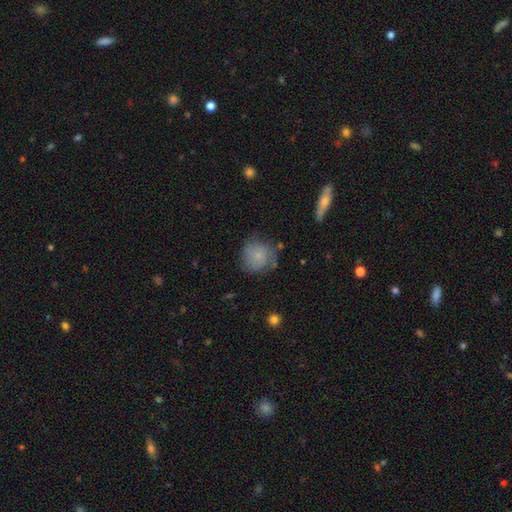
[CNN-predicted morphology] This appears to be a smooth galaxy with no disk features (68%) that is round (86%). Merging: none (64%).